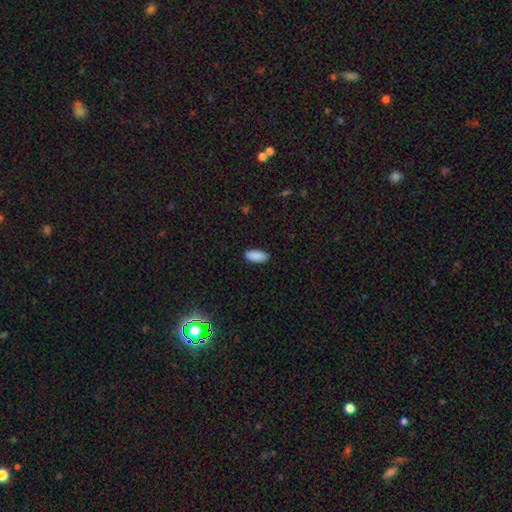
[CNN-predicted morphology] The model was most divided on "how rounded": in between: 85%, cigar-shaped: 13%, round: 2%. More confident: smooth or featured — smooth (90%); merging — none (90%).